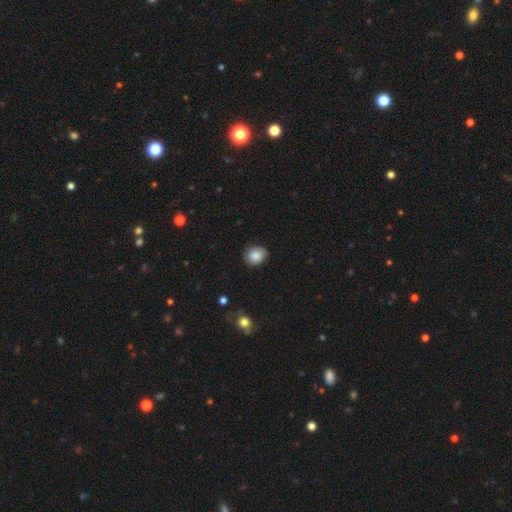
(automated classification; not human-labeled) A smooth galaxy with no disk features (86%) that is round (63%). Merging: none (82%).